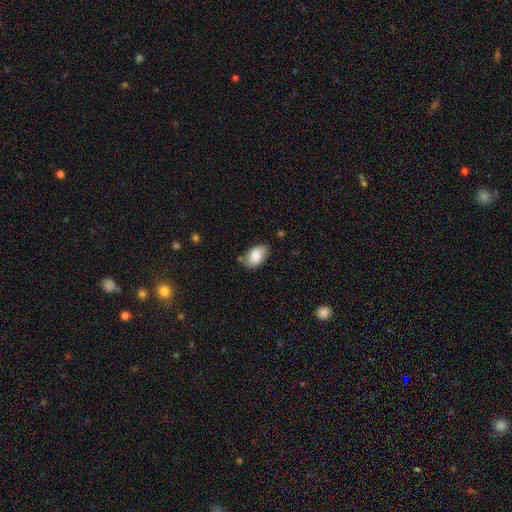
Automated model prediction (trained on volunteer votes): smooth-or-featured: smooth: 80% | featured or disk: 13% | star or artifact: 7%
  how-rounded: in between: 92% | round: 7% | cigar-shaped: 1%
  merging: none: 71% | minor disturbance: 22% | major disturbance: 4% | merger: 4%